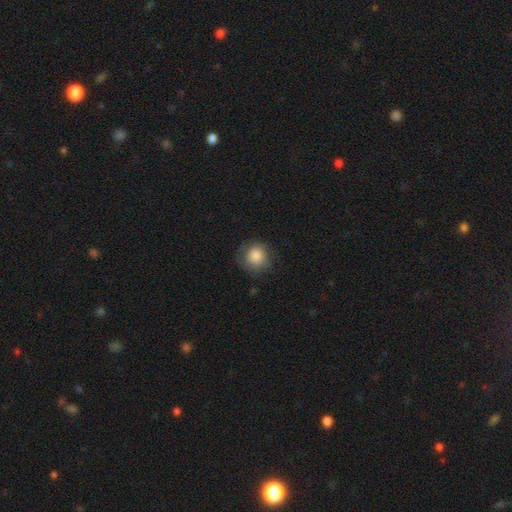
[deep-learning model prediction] A smooth galaxy with no disk features (85%) that is round (90%).

Vote fractions:
- Smooth or featured? smooth: 85% / star or artifact: 8% / featured or disk: 7%
- How rounded? round: 90% / in between: 9% / cigar-shaped: 1%
- Merging? none: 78% / minor disturbance: 16% / major disturbance: 5% / merger: 1%